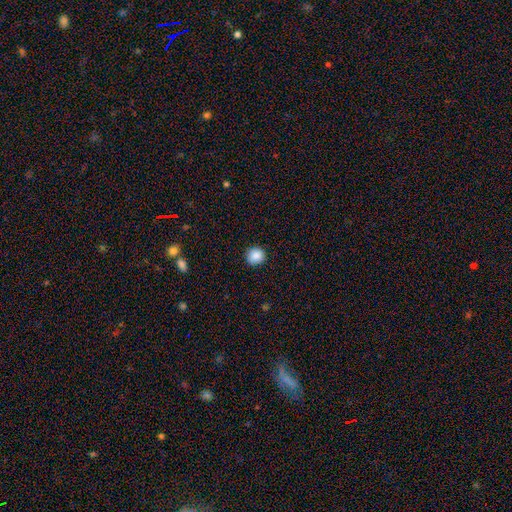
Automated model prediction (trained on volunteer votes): Overall: smooth (87%). How rounded: round (92%). Merging: none (90%).